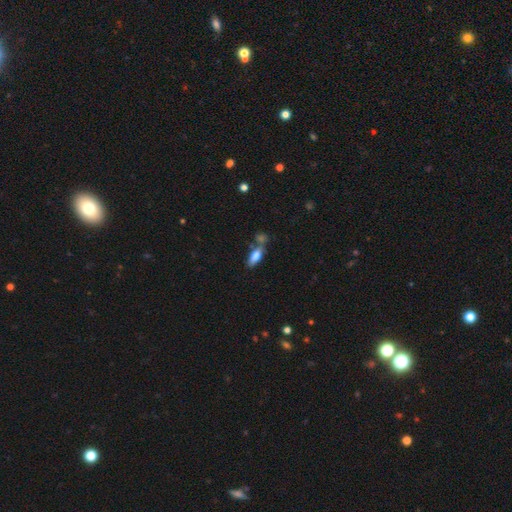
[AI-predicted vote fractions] This appears to be a smooth galaxy with no disk features (75%) that is in between round and cigar-shaped (71%). Merging: none (55%).